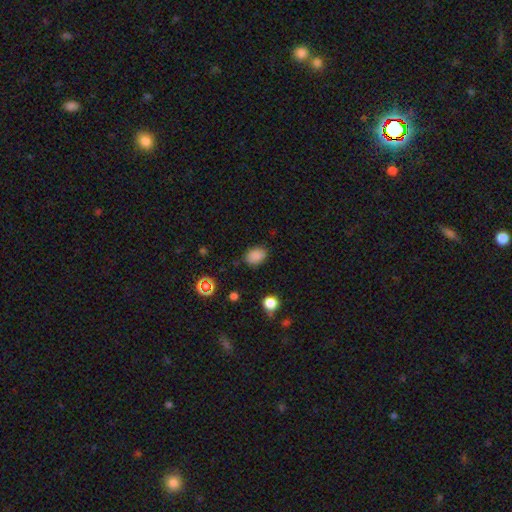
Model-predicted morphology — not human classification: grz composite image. It shows a smooth galaxy with no disk features (85%) that is in between round and cigar-shaped (76%). Merging: none (83%).